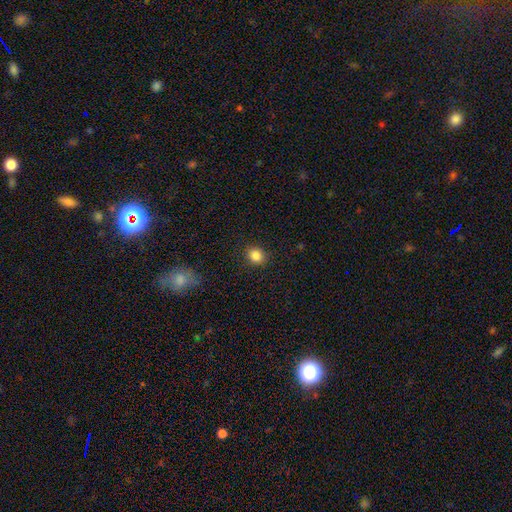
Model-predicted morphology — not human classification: Q: Smooth or featured?
A: smooth (85%); runner-up: star or artifact (11%)
Q: How rounded?
A: round (72%); runner-up: in between (27%)
Q: Merging?
A: none (89%); runner-up: minor disturbance (7%)